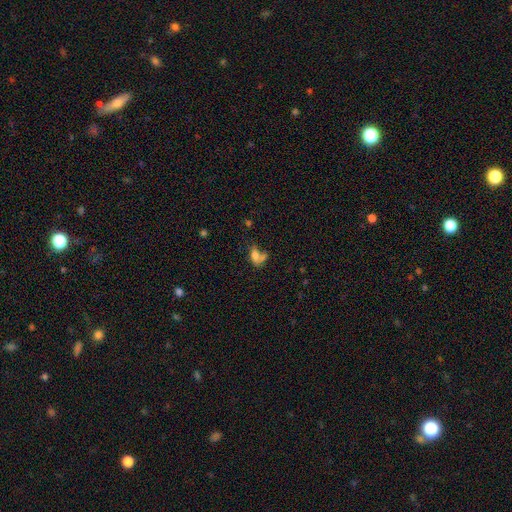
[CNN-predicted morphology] Smooth or featured? smooth (67%)
How rounded? in between (80%)
Merging? merger (40%)